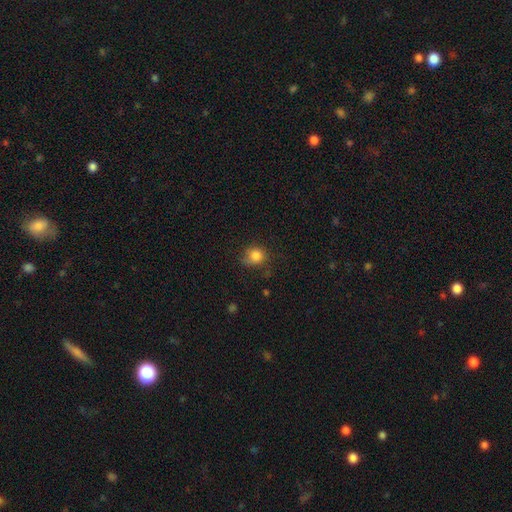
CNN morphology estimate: Overall: smooth (82%). How rounded: round (75%). Merging: none (62%; minor disturbance 27%).